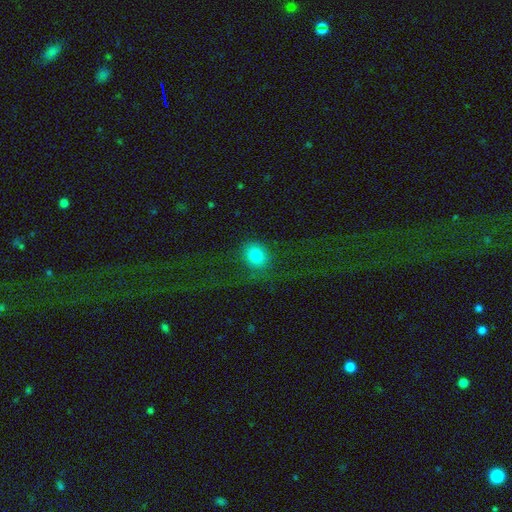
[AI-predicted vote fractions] Morphology: type=smooth (80%); roundness=round (76%); merging=none (80%).